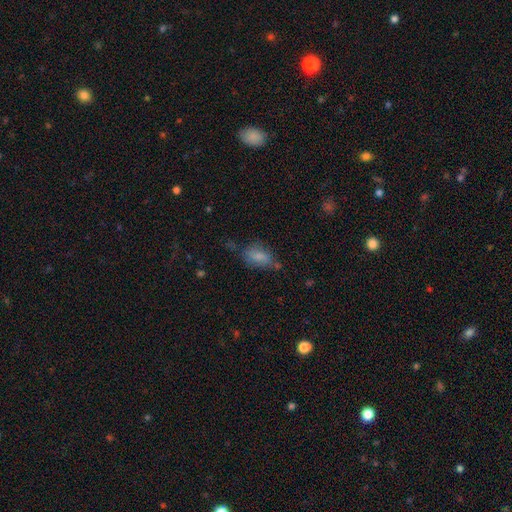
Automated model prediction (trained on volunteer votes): smooth 65%, featured or disk 19%, star or artifact 16%. Down the decision tree: how rounded — in between (83%); merging — none (59%).